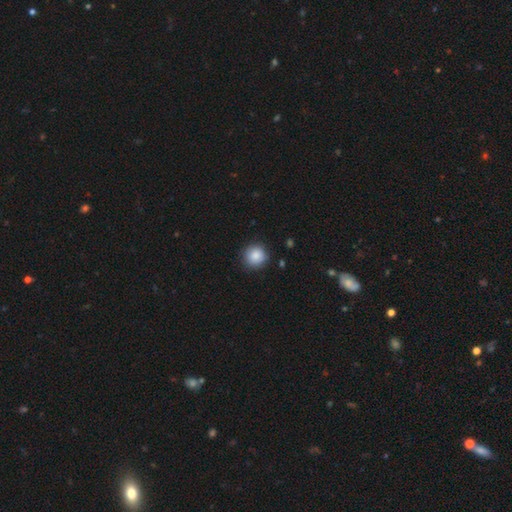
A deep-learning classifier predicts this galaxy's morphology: Overall: smooth (87%). How rounded: round (93%). Merging: none (86%).